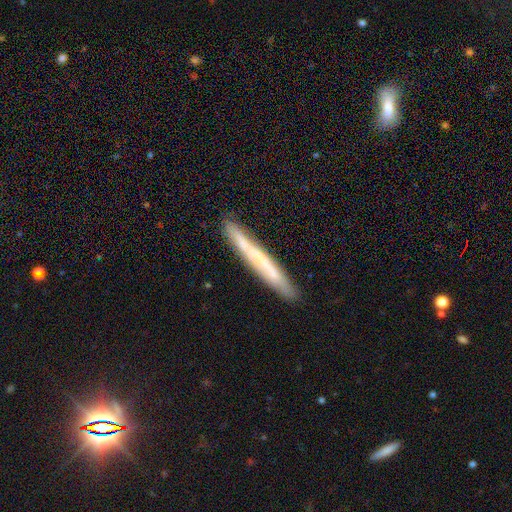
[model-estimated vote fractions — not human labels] The model was most divided on "smooth or featured": smooth: 47%, featured or disk: 46%, star or artifact: 7%. More confident: merging — none (85%).